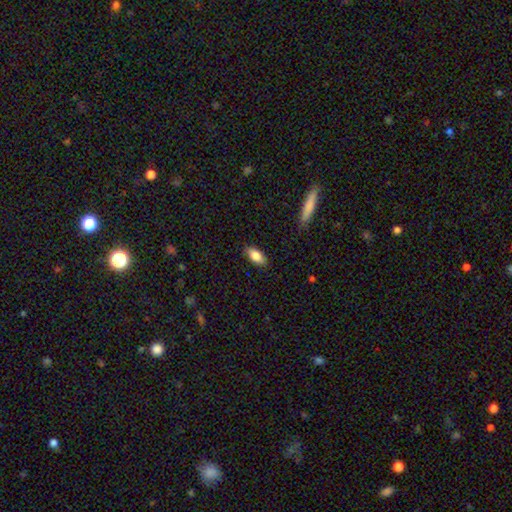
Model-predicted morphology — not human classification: smooth_or_featured: smooth (p=0.83) [alt: featured or disk p=0.10]
how_rounded: in between (p=0.87) [alt: cigar-shaped p=0.10]
merging: none (p=0.85) [alt: minor disturbance p=0.11]